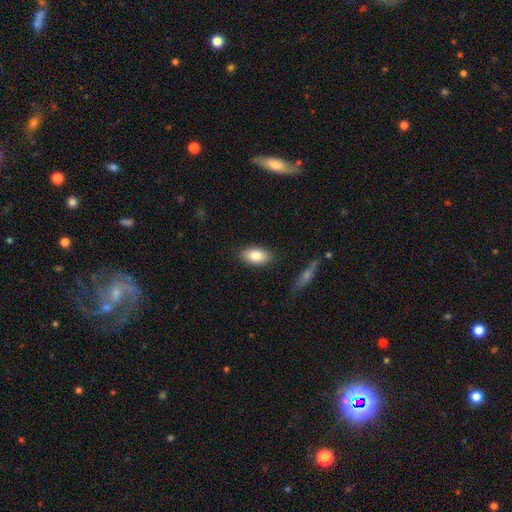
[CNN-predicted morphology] Smooth or featured? Predicted: smooth (p=0.82). How rounded? Predicted: in between (p=0.91). Merging? Predicted: none (p=0.85).